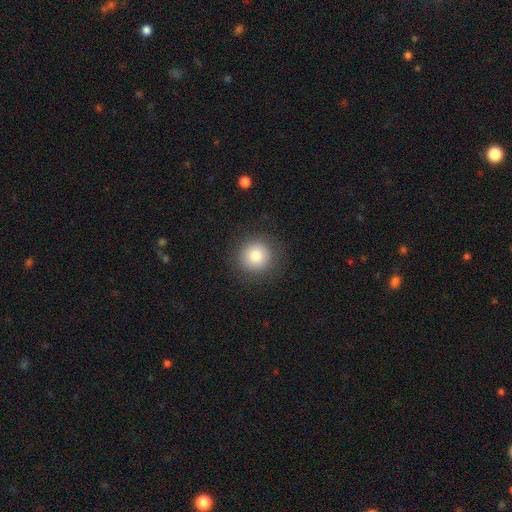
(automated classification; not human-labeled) This appears to be a smooth galaxy with no disk features (81%) that is round (94%). Merging: none (89%).